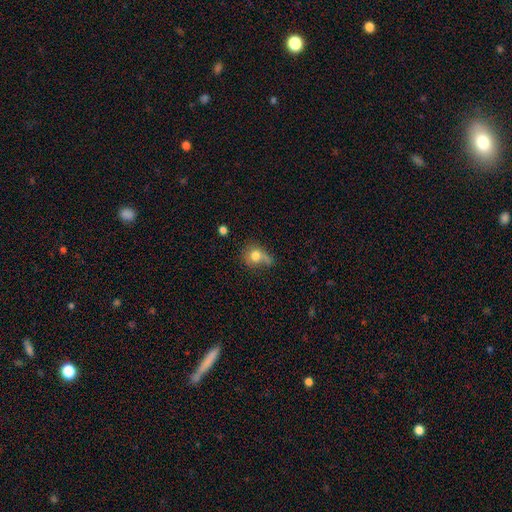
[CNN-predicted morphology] This appears to be a smooth galaxy with no disk features (73%) that is round (62%). Merging: none (35%).